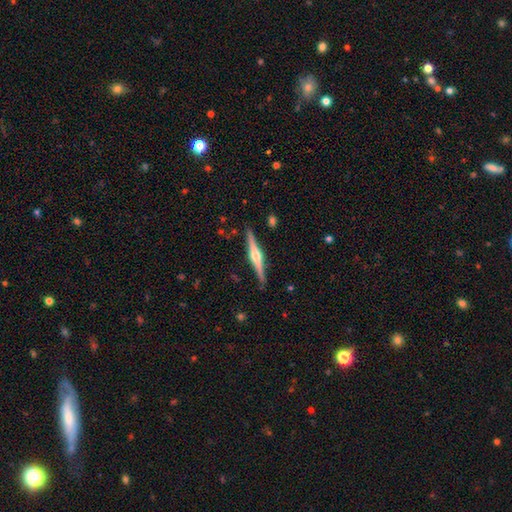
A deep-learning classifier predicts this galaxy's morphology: The model was most divided on "smooth or featured": featured or disk: 79%, smooth: 16%, star or artifact: 5%. More confident: edge-on disk — yes (98%); edge-on bulge — rounded (91%); merging — none (90%).